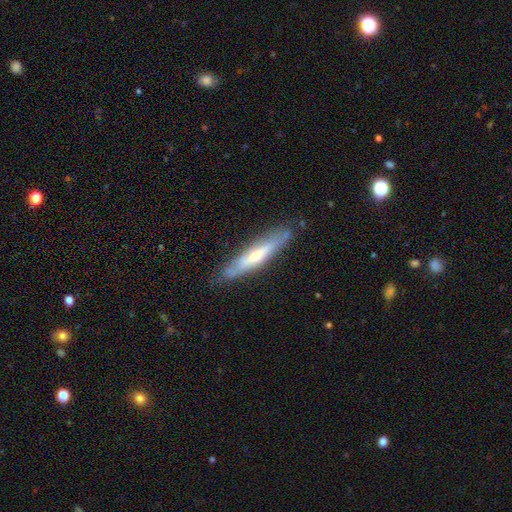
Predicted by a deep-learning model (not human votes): Smooth or featured: featured or disk — 54% (smooth — 40%)
Edge-on disk: yes — 78% (no — 22%)
Merging: none — 80% (minor disturbance — 15%)